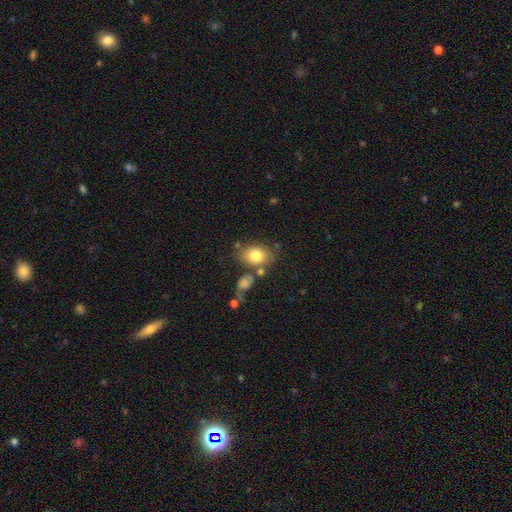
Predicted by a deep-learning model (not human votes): smooth_or_featured: smooth (p=0.78) [alt: featured or disk p=0.13]
how_rounded: in between (p=0.72) [alt: round p=0.27]
merging: none (p=0.65) [alt: minor disturbance p=0.15]